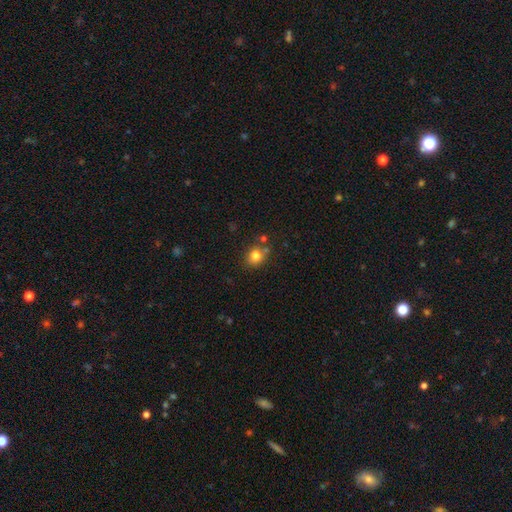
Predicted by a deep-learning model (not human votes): Overall: smooth (80%). How rounded: round (74%). Merging: none (70%).